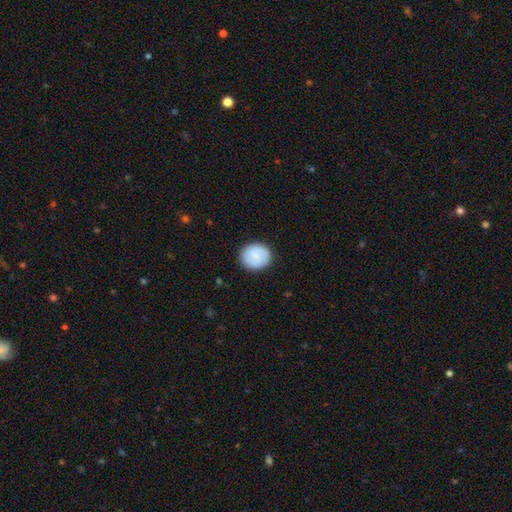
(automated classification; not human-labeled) Overall: smooth (77%). How rounded: round (83%). Merging: none (89%).